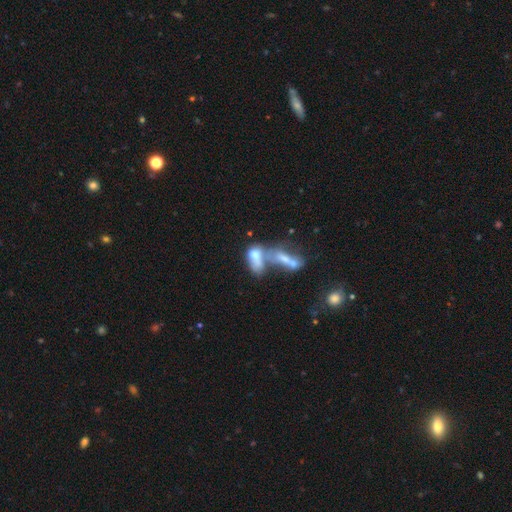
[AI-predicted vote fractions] Morphology: type=smooth (56%); roundness=in between (76%); merging=merger (71%).